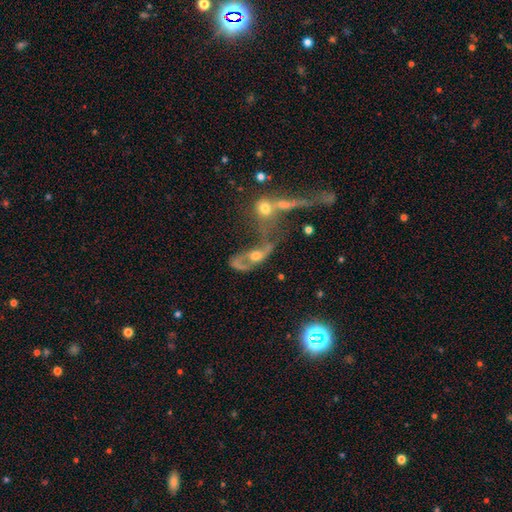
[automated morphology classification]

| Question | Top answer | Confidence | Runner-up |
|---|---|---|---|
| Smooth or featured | featured or disk | 61% | smooth (23%) |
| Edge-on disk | no | 90% | yes (10%) |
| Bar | no | 73% | weak (20%) |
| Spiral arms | yes | 57% | no (43%) |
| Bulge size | moderate | 52% | small (20%) |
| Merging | merger | 59% | major disturbance (22%) |